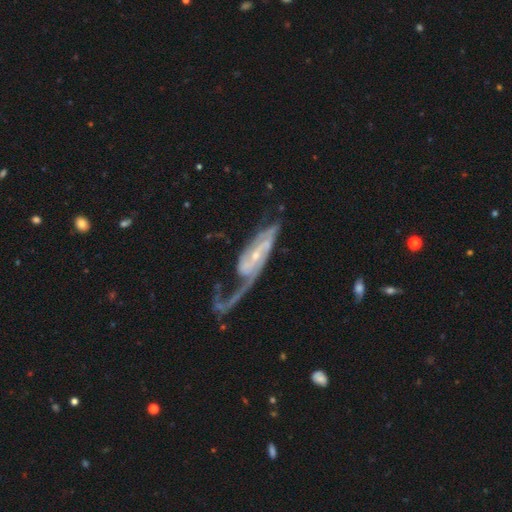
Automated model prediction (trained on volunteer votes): A featured or disk galaxy (87%) with no bar (42%), 2 (54%) medium (40%) spiral arms (93%) and a small central bulge (75%). Merging: major disturbance (44%).